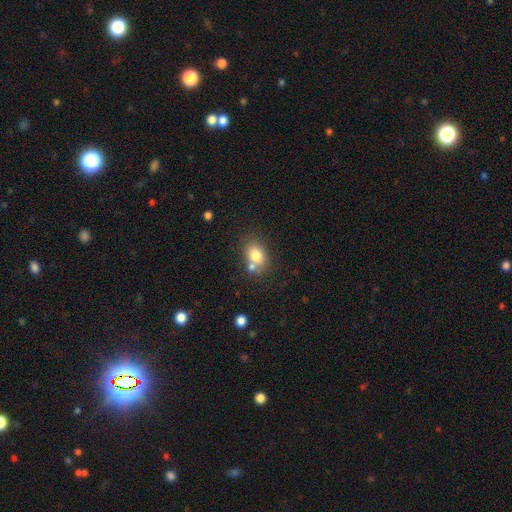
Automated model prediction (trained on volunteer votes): This appears to be a smooth galaxy with no disk features (78%) that is in between round and cigar-shaped (63%). Merging: none (54%).